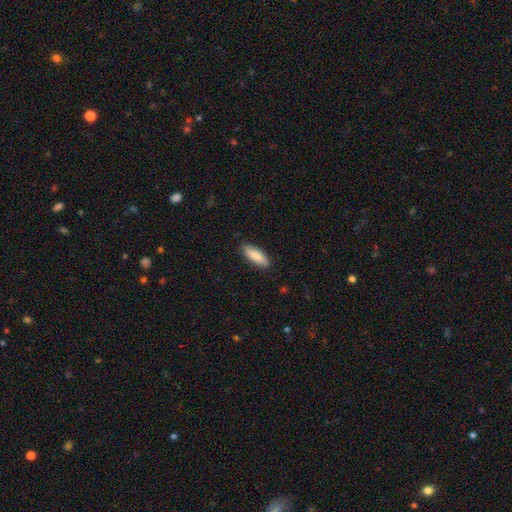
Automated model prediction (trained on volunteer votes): The model was most divided on "how rounded": in between: 62%, cigar-shaped: 36%, round: 2%. More confident: merging — none (88%); smooth or featured — smooth (86%).